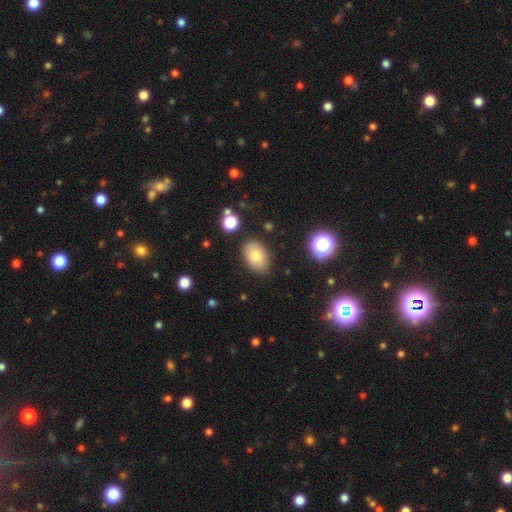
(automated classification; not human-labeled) Morphology: type=smooth (76%); roundness=in between (86%); merging=none (83%).